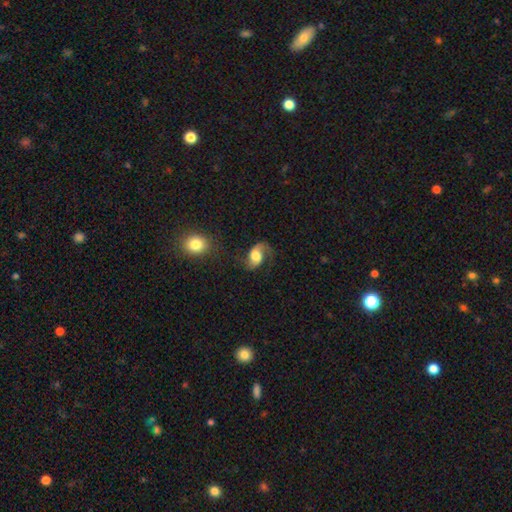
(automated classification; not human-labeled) Smooth or featured? Predicted: featured or disk (p=0.70). Edge-on disk? Predicted: no (p=0.97). Bar? Predicted: no (p=0.51). Spiral arms? Predicted: yes (p=0.93). Spiral winding? Predicted: loose (p=0.56). Spiral arm count? Predicted: 2 (p=0.84). Bulge size? Predicted: moderate (p=0.49). Merging? Predicted: none (p=0.60).